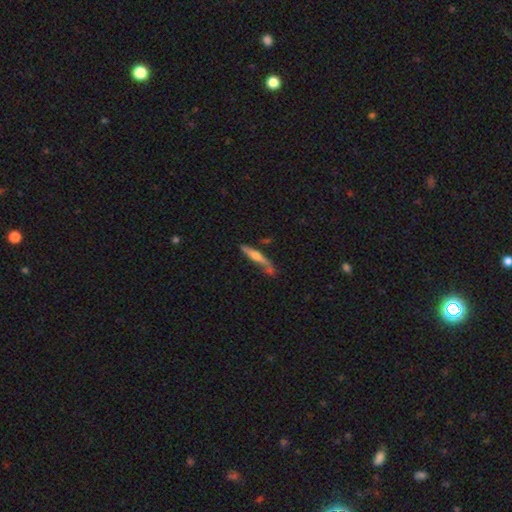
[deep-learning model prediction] Morphology: type=featured or disk (49%); merging=none (62%).